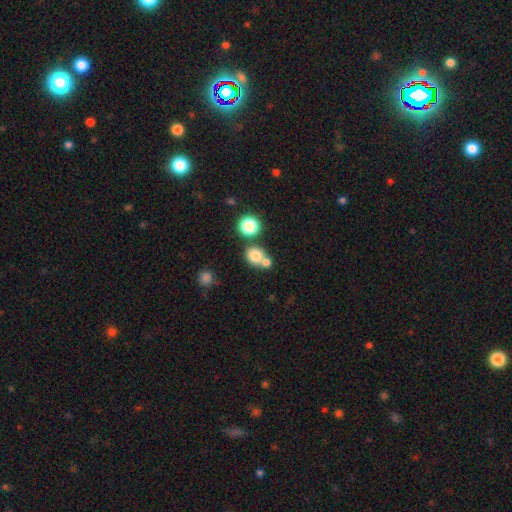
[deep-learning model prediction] Smooth or featured? Predicted: smooth (p=0.77). How rounded? Predicted: round (p=0.77). Merging? Predicted: none (p=0.48).